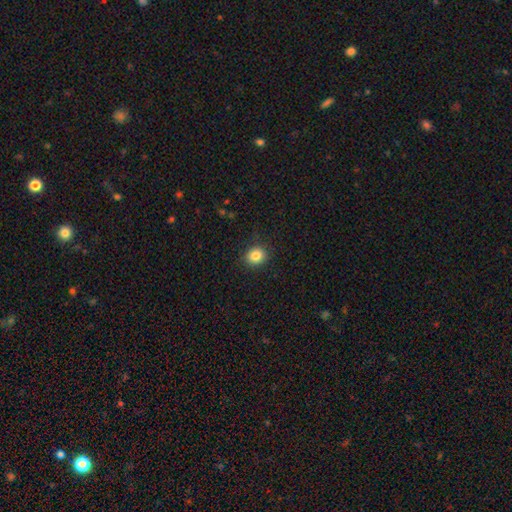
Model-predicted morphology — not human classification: A smooth galaxy with no disk features (84%) that is round (67%).

Vote fractions:
- Smooth or featured? smooth: 84% / star or artifact: 10% / featured or disk: 6%
- How rounded? round: 67% / in between: 32% / cigar-shaped: 1%
- Merging? none: 88% / minor disturbance: 8% / major disturbance: 2% / merger: 1%